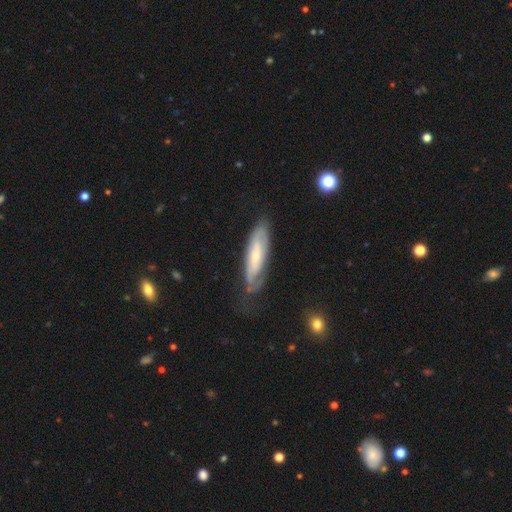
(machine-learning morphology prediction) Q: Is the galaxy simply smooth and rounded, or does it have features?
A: featured or disk — 54%.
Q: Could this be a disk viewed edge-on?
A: no — 67%.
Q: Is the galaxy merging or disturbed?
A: none — 60%.